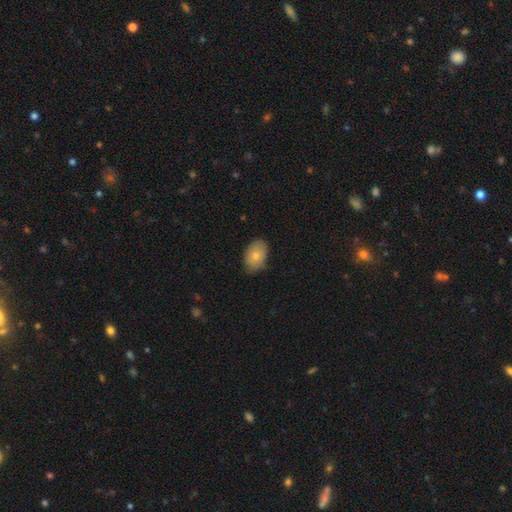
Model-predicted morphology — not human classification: This is likely a smooth galaxy (77%). How rounded: clearly in between (85%). Merging: likely none (76%).